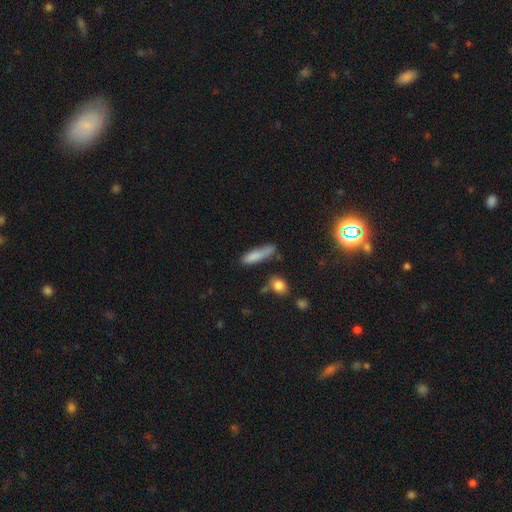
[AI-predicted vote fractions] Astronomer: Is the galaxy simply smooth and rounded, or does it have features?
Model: smooth — 81%.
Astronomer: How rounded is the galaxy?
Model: cigar-shaped — 67%.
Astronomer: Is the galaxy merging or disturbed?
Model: none — 53% (runner-up: minor disturbance, 29%).